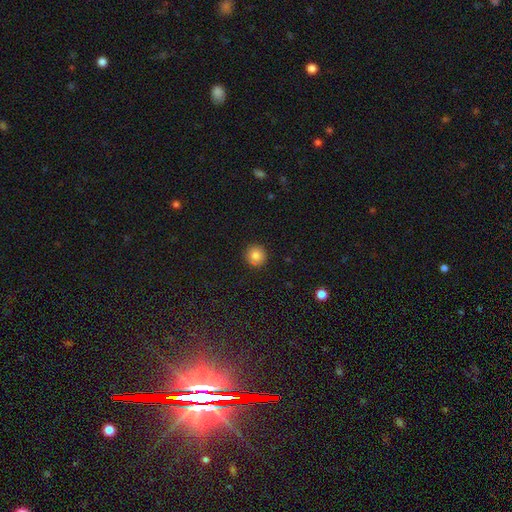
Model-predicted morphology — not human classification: A smooth galaxy with no disk features (82%) that is round (95%).

Vote fractions:
- Smooth or featured? smooth: 82% / star or artifact: 11% / featured or disk: 7%
- How rounded? round: 95% / in between: 4% / cigar-shaped: 1%
- Merging? none: 91% / minor disturbance: 6% / major disturbance: 2% / merger: 1%